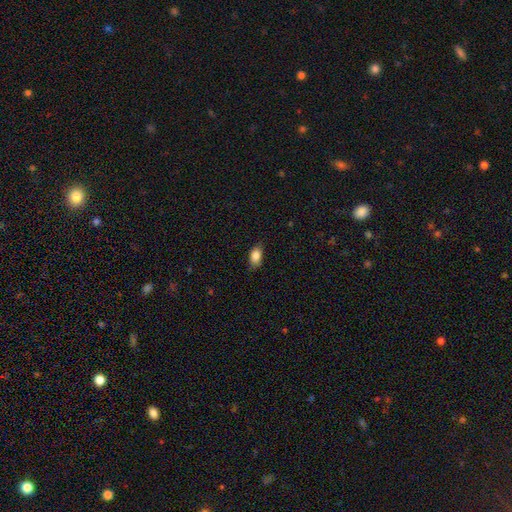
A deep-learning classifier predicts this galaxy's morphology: type=smooth (85%); roundness=in between (89%); merging=none (79%).